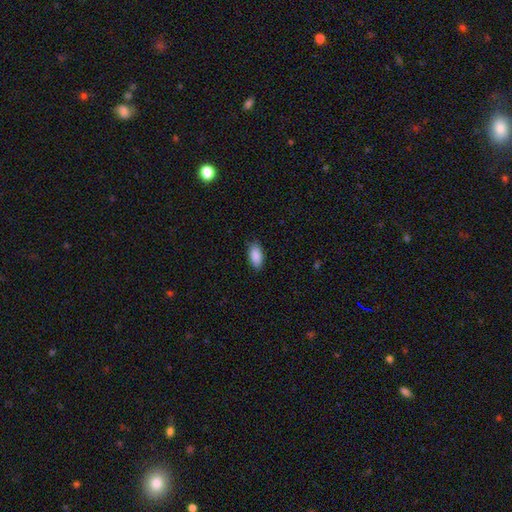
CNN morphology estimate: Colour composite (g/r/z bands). It shows a smooth galaxy with no disk features (90%) that is in between round and cigar-shaped (92%). Merging: none (84%).